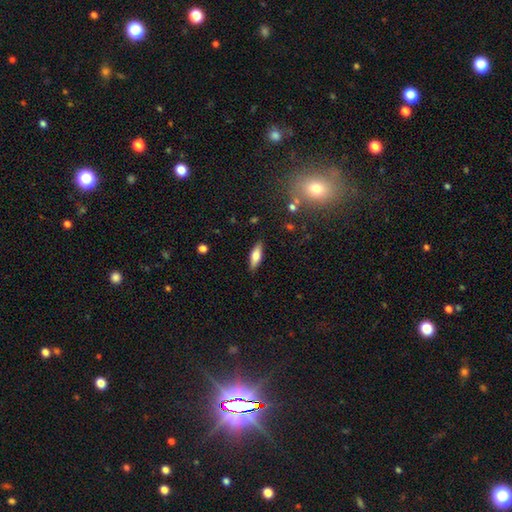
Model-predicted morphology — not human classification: Smooth or featured?
  - smooth: 67% *
  - featured or disk: 25%
  - star or artifact: 7%
How rounded?
  - in between: 56% *
  - cigar-shaped: 41%
  - round: 2%
Merging?
  - none: 87% *
  - minor disturbance: 9%
  - major disturbance: 2%
  - merger: 1%